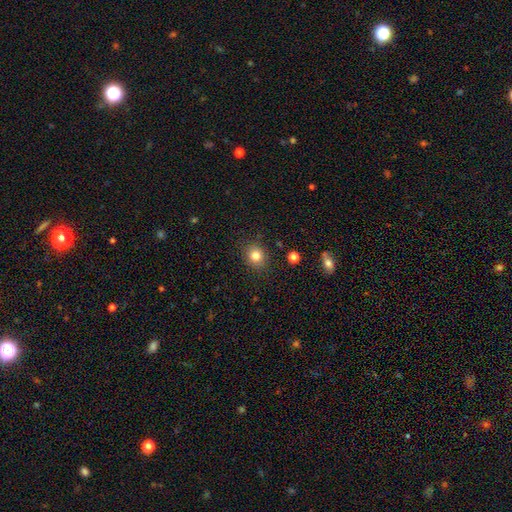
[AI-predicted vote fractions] smooth_or_featured: smooth (p=0.81) [alt: star or artifact p=0.12]
how_rounded: round (p=0.78) [alt: in between p=0.21]
merging: none (p=0.88) [alt: minor disturbance p=0.08]